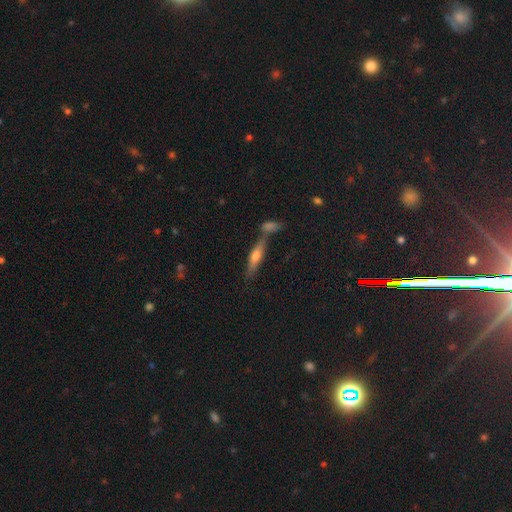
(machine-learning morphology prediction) smooth 48%, featured or disk 45%, star or artifact 7%. Down the decision tree: merging — none (61%).